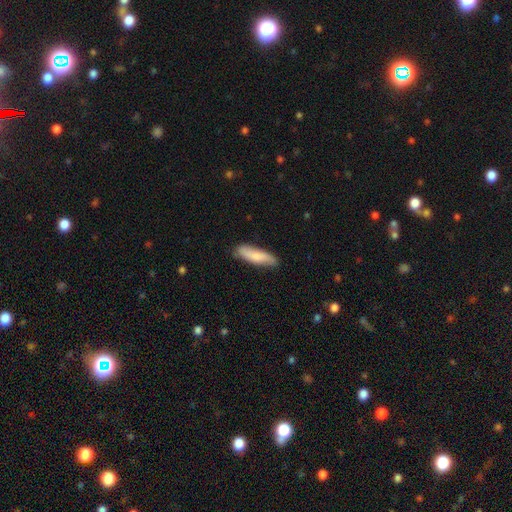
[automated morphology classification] Smooth or featured?
  - smooth: 74% *
  - featured or disk: 21%
  - star or artifact: 5%
How rounded?
  - cigar-shaped: 64% *
  - in between: 34%
  - round: 2%
Merging?
  - none: 80% *
  - minor disturbance: 16%
  - major disturbance: 2%
  - merger: 1%